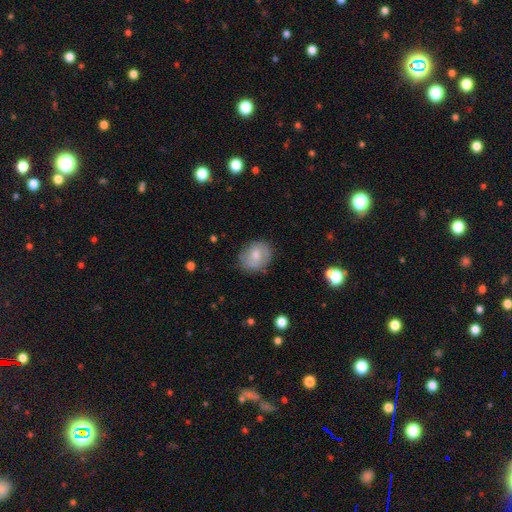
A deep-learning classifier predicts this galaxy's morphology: smooth 67%, featured or disk 25%, star or artifact 8%. Down the decision tree: how rounded — round (59%); merging — none (74%).